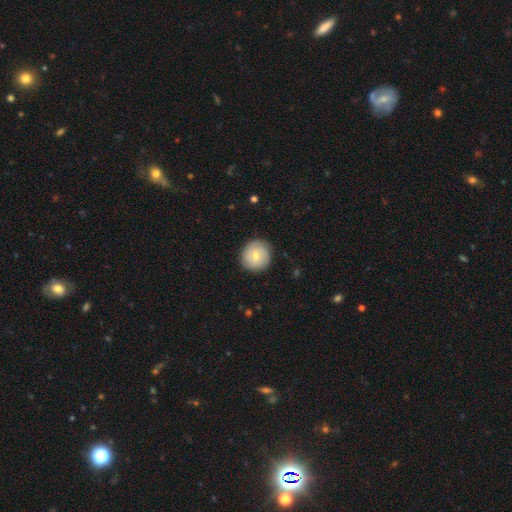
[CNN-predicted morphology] smooth-or-featured: smooth: 66% | featured or disk: 27% | star or artifact: 7%
  how-rounded: round: 93% | in between: 6% | cigar-shaped: 1%
  merging: none: 88% | minor disturbance: 9% | major disturbance: 2% | merger: 1%